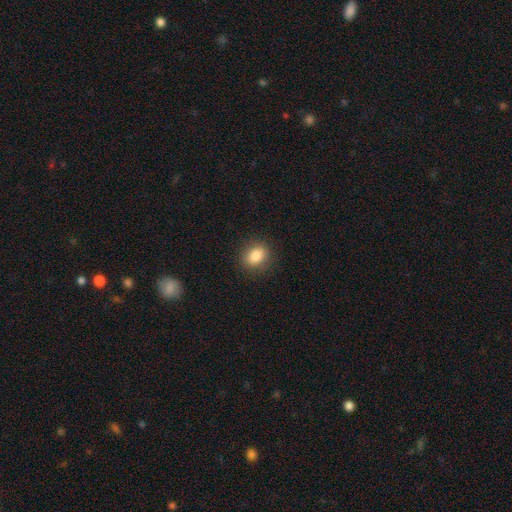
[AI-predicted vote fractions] Smooth or featured?
  - smooth: 85% *
  - star or artifact: 9%
  - featured or disk: 6%
How rounded?
  - round: 50% *
  - in between: 49%
  - cigar-shaped: 1%
Merging?
  - none: 88% *
  - minor disturbance: 8%
  - major disturbance: 3%
  - merger: 1%